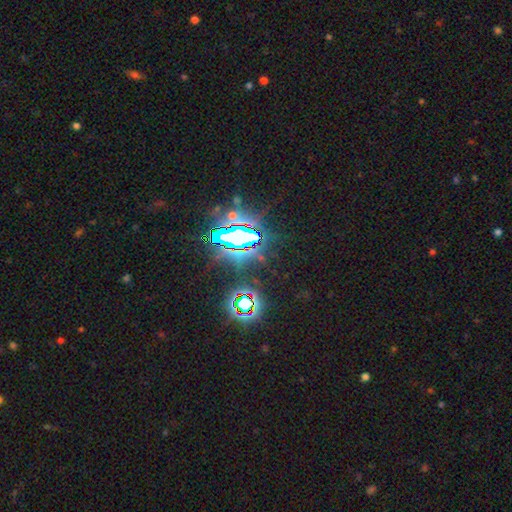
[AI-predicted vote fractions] A star or artifact, not a galaxy (85%).